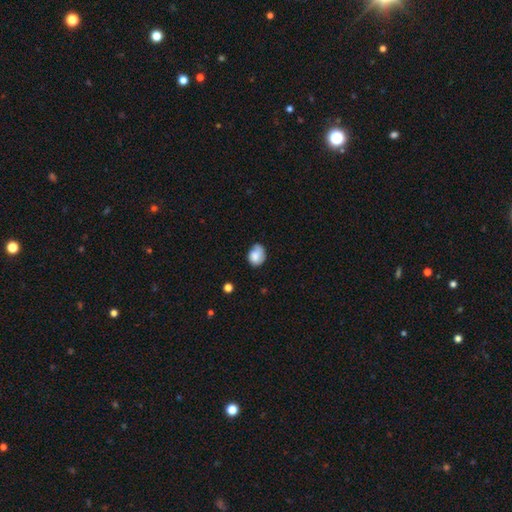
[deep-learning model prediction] This is likely a smooth galaxy (77%). How rounded: likely in between (63%). Merging: possibly none (51%).